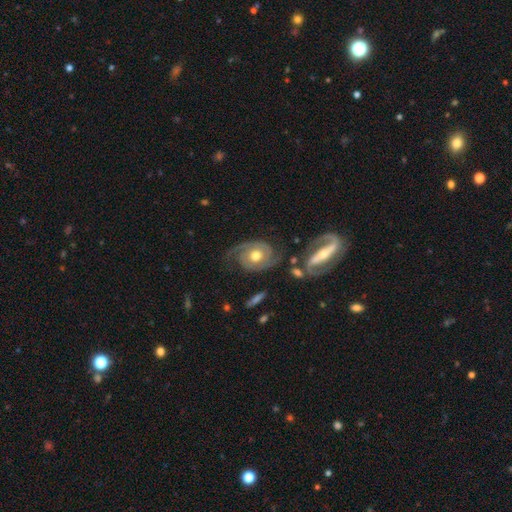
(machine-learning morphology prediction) smooth-or-featured: featured or disk: 88% | smooth: 7% | star or artifact: 5%
  disk-edge-on: no: 97% | yes: 3%
    bar: no: 72% | weak: 20% | strong: 8%
    has-spiral-arms: yes: 97% | no: 3%
      spiral-winding: tight: 46% | medium: 42% | loose: 11%
      spiral-arm-count: 2: 92% | can't tell: 2% | 1: 2% | 3: 2% | 4: 1% | more than 4: 1%
    bulge-size: moderate: 79% | large: 11% | small: 9% | dominant: 1% | none: 1%
  merging: none: 71% | minor disturbance: 16% | major disturbance: 8% | merger: 5%